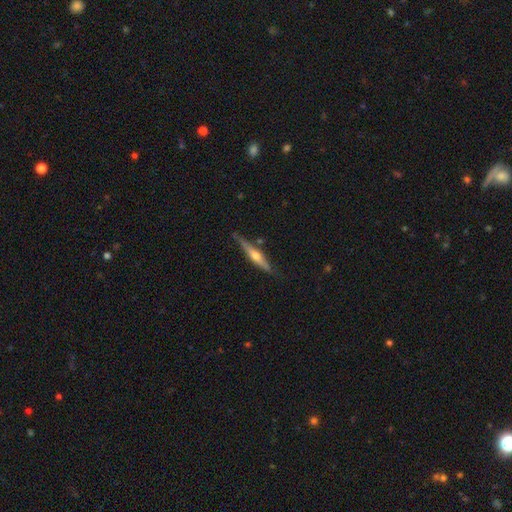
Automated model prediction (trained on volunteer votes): This is likely a featured or disk galaxy (66%). It is clearly viewed edge-on (96%). Edge-on bulge: clearly rounded (88%). Merging: likely none (77%).